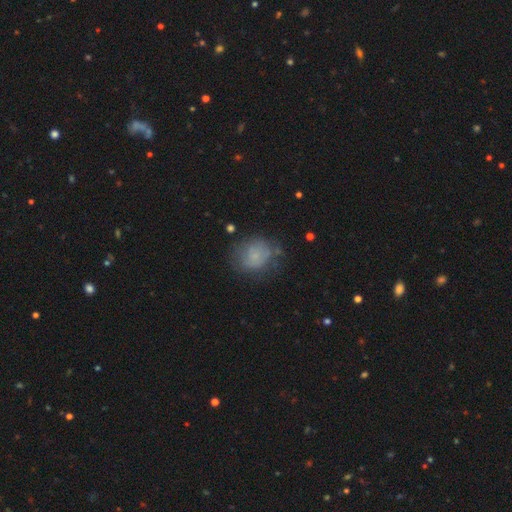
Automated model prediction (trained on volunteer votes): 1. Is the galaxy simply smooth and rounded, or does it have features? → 68% smooth, 20% featured or disk, 12% star or artifact.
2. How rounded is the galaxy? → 71% round, 28% in between, 1% cigar-shaped.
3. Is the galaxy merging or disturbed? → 59% none, 25% minor disturbance, 13% major disturbance, 3% merger.